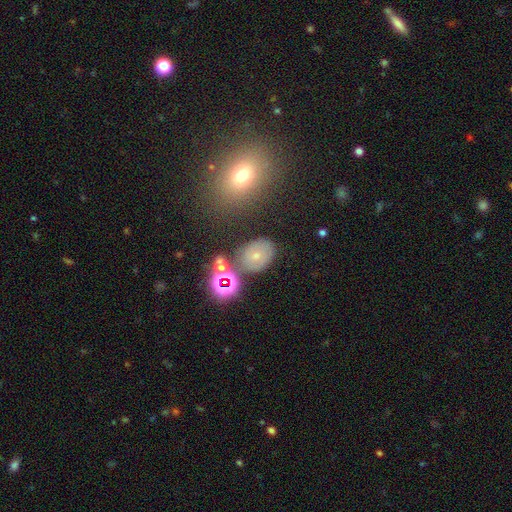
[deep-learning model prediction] smooth-or-featured: smooth: 51% | featured or disk: 26% | star or artifact: 23%
  how-rounded: in between: 63% | round: 36% | cigar-shaped: 1%
  merging: none: 70% | minor disturbance: 17% | merger: 7% | major disturbance: 6%